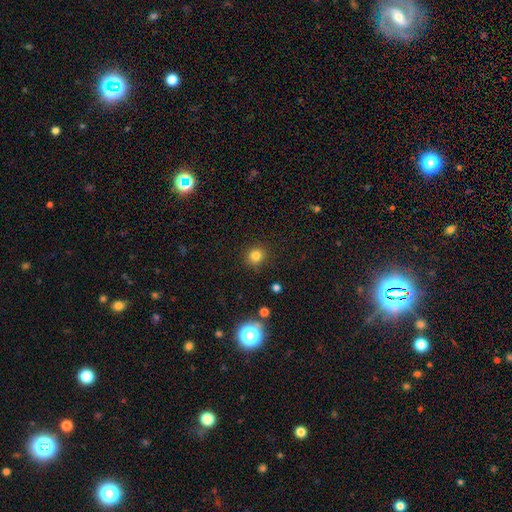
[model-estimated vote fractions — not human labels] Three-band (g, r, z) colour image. It shows a smooth galaxy with no disk features (81%) that is round (88%). Merging: none (88%).